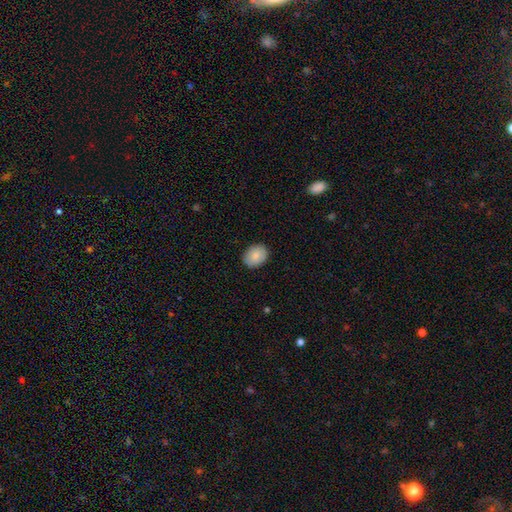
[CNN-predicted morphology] This appears to be a smooth galaxy with no disk features (87%) that is in between round and cigar-shaped (65%). Merging: none (87%).